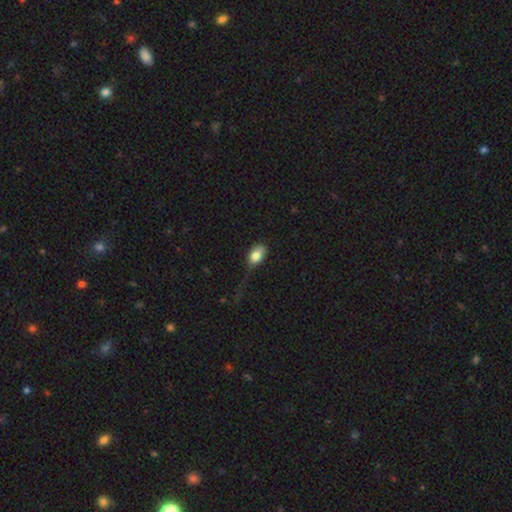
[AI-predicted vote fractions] A smooth galaxy with no disk features (81%) that is in between round and cigar-shaped (88%).

Vote fractions:
- Smooth or featured? smooth: 81% / featured or disk: 11% / star or artifact: 8%
- How rounded? in between: 88% / round: 8% / cigar-shaped: 4%
- Merging? none: 39% / minor disturbance: 30% / major disturbance: 28% / merger: 3%